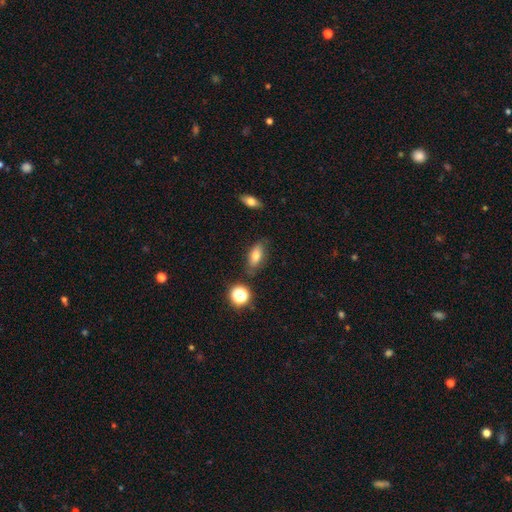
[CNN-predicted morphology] This appears to be a smooth galaxy with no disk features (75%) that is in between round and cigar-shaped (81%). Merging: none (78%).